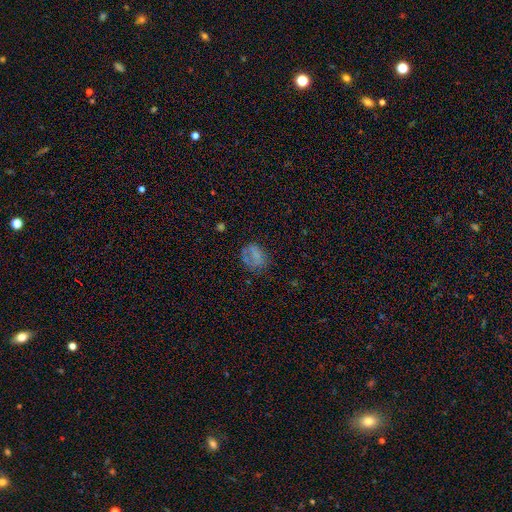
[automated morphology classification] Smooth or featured?
  - smooth: 63% *
  - featured or disk: 18%
  - star or artifact: 18%
How rounded?
  - round: 53% *
  - in between: 46%
  - cigar-shaped: 1%
Merging?
  - none: 59% *
  - minor disturbance: 24%
  - major disturbance: 15%
  - merger: 2%